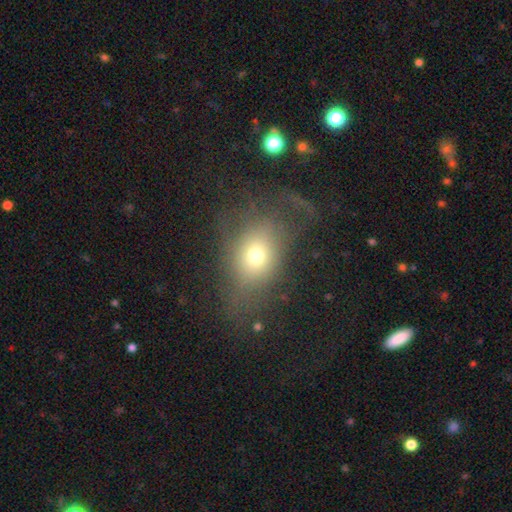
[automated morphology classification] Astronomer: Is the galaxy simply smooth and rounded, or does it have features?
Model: smooth — 62%.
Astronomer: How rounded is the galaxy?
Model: in between — 58% (runner-up: round, 40%).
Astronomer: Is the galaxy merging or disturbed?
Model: none — 49% (runner-up: major disturbance, 28%).